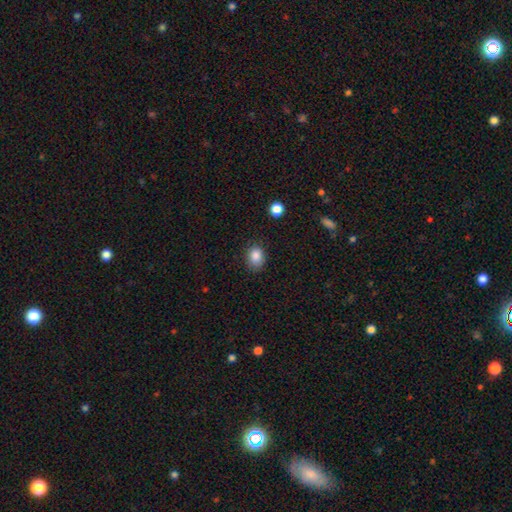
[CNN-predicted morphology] Smooth or featured? Predicted: smooth (p=0.86). How rounded? Predicted: in between (p=0.65). Merging? Predicted: none (p=0.78).